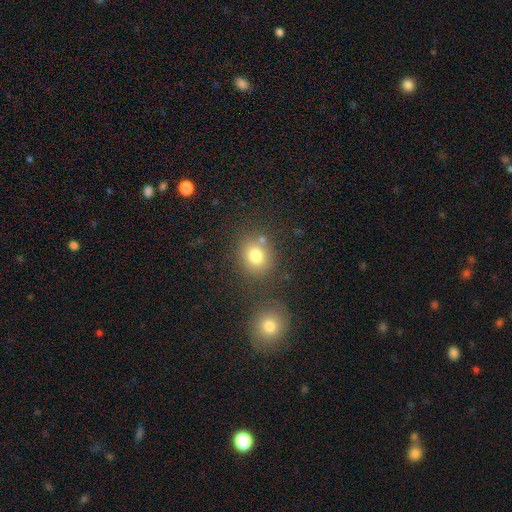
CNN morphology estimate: This is likely a smooth galaxy (78%). How rounded: likely round (70%). Merging: likely none (70%).